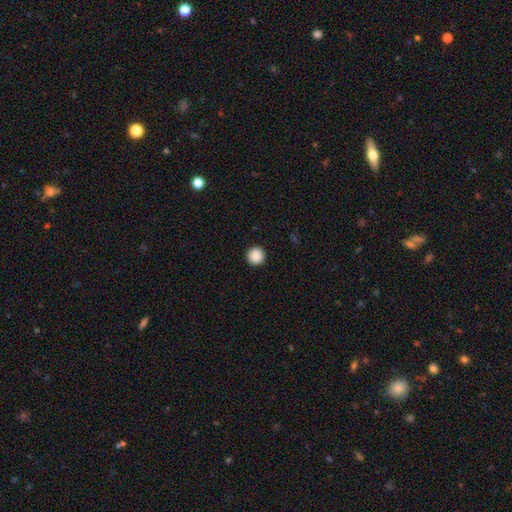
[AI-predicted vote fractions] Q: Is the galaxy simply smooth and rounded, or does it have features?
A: smooth — 89%.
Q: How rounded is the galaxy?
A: round — 96%.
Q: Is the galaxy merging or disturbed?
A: none — 93%.